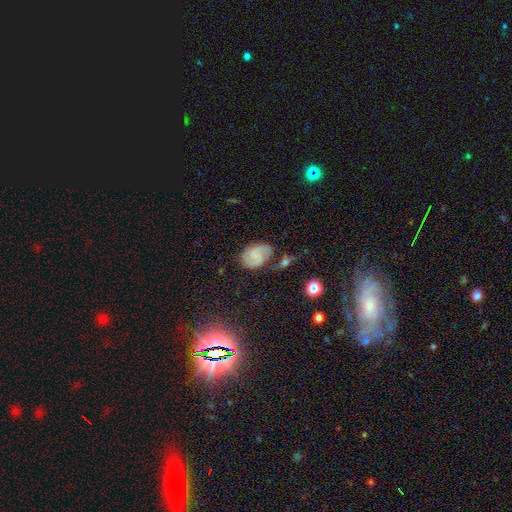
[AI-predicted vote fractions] Overall: featured or disk (58%; smooth 32%). Edge-on disk: no (97%). Bar: no (53%; weak 38%). Spiral arms: yes (90%). Spiral arm count: 2 (81%). Spiral winding: medium (45%; tight 33%). Bulge size: none (53%; small 32%). Merging: none (58%; minor disturbance 23%).